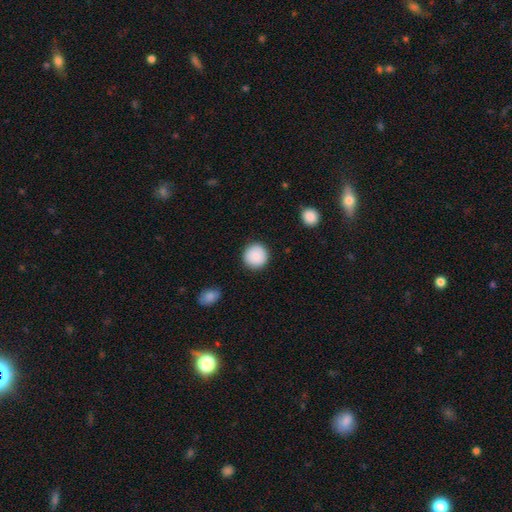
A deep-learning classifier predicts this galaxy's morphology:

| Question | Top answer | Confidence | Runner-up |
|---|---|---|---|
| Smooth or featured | smooth | 89% | star or artifact (7%) |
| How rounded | round | 95% | in between (4%) |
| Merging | none | 91% | minor disturbance (6%) |